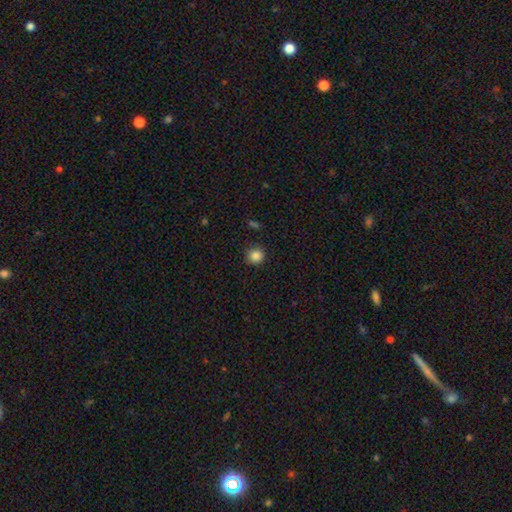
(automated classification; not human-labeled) Smooth or featured?
  - smooth: 86% *
  - star or artifact: 11%
  - featured or disk: 3%
How rounded?
  - round: 92% *
  - in between: 7%
  - cigar-shaped: 1%
Merging?
  - none: 88% *
  - minor disturbance: 8%
  - major disturbance: 2%
  - merger: 1%